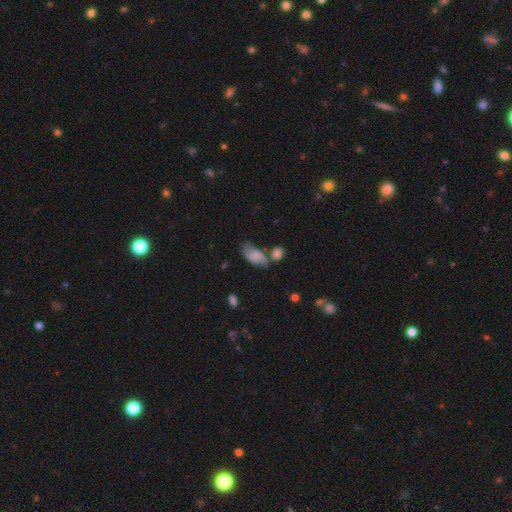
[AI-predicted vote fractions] smooth-or-featured: smooth: 64% | featured or disk: 27% | star or artifact: 9%
  how-rounded: in between: 90% | round: 6% | cigar-shaped: 4%
  merging: none: 37% | minor disturbance: 26% | merger: 23% | major disturbance: 14%